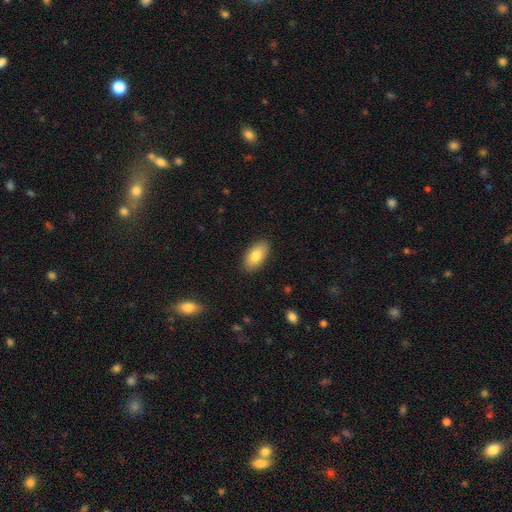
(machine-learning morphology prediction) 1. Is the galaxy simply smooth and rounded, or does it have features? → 81% smooth, 13% featured or disk, 6% star or artifact.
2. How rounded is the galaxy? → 93% in between, 4% cigar-shaped, 3% round.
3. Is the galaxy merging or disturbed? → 88% none, 9% minor disturbance, 2% major disturbance, 1% merger.